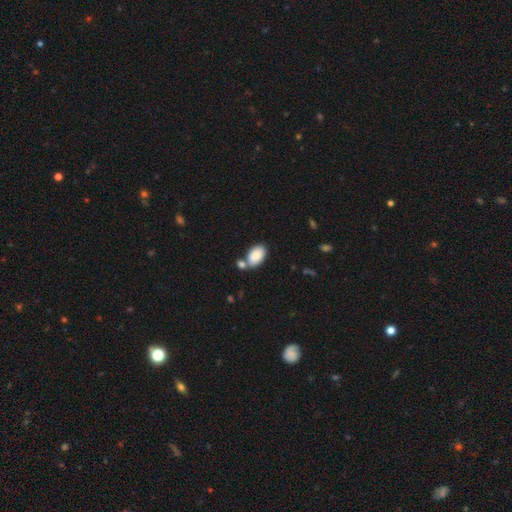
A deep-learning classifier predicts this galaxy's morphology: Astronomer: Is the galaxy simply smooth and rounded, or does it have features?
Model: smooth — 85%.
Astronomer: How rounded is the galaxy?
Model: in between — 93%.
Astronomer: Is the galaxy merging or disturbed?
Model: none — 57%.